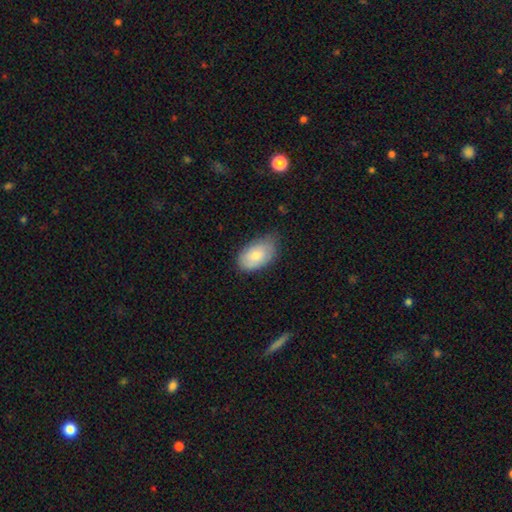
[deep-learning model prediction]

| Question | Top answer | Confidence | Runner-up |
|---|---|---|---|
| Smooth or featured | smooth | 75% | featured or disk (19%) |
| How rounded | in between | 93% | round (6%) |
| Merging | none | 60% | minor disturbance (33%) |